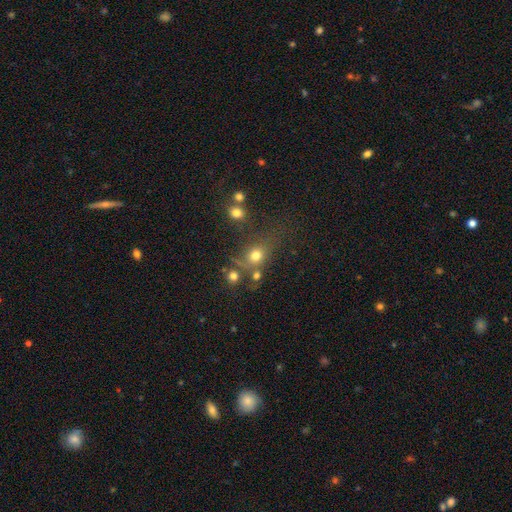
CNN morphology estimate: smooth 72%, star or artifact 17%, featured or disk 11%. Down the decision tree: how rounded — round (69%); merging — none (52%).